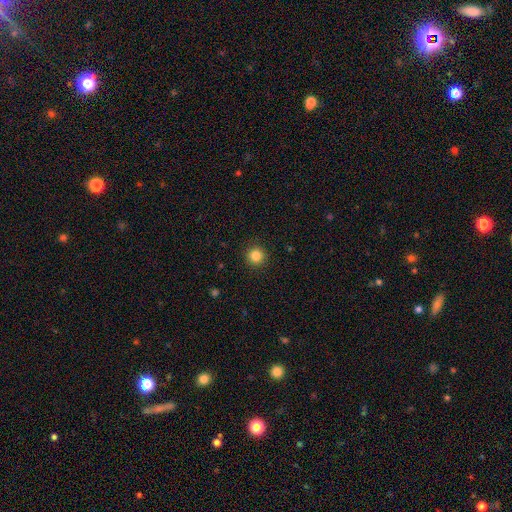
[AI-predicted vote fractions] Morphology: type=smooth (84%); roundness=round (95%); merging=none (93%).